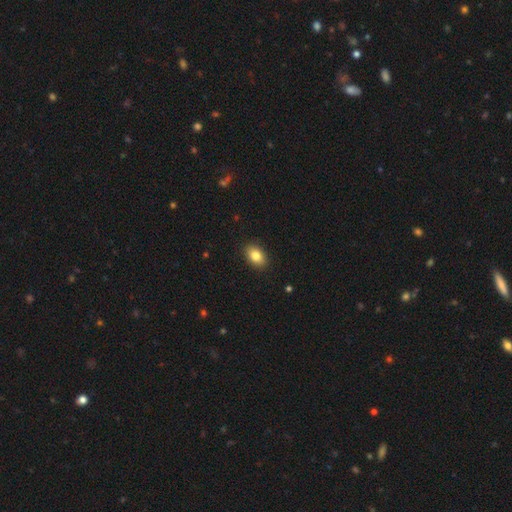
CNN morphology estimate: Smooth or featured?
  - smooth: 84% *
  - star or artifact: 8%
  - featured or disk: 8%
How rounded?
  - in between: 83% *
  - round: 15%
  - cigar-shaped: 1%
Merging?
  - none: 90% *
  - minor disturbance: 8%
  - major disturbance: 2%
  - merger: 1%